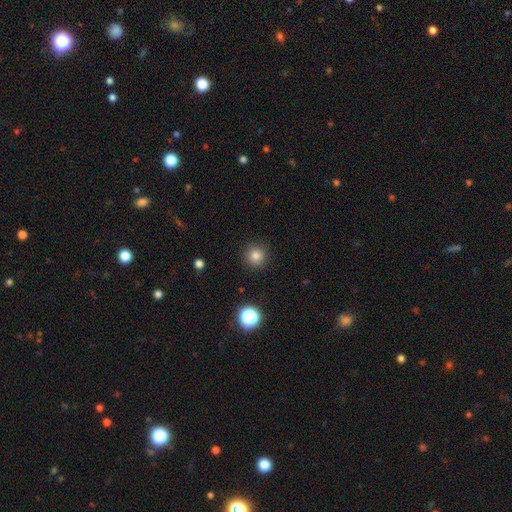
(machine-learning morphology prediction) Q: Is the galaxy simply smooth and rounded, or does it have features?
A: smooth — 81%.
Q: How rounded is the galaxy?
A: round — 95%.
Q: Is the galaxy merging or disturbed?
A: none — 91%.